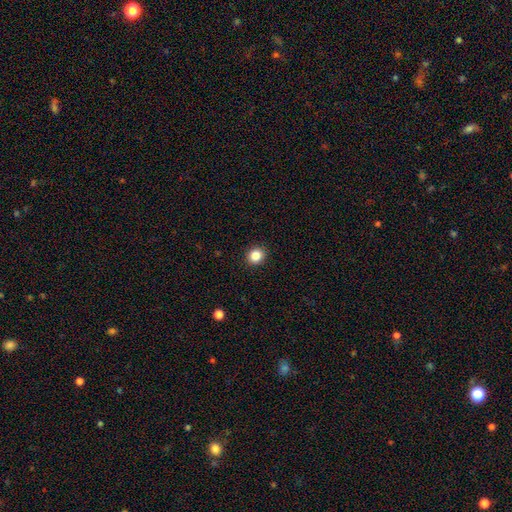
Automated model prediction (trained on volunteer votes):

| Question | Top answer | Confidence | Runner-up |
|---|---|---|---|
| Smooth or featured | smooth | 85% | star or artifact (11%) |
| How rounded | round | 79% | in between (20%) |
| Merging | none | 92% | minor disturbance (5%) |